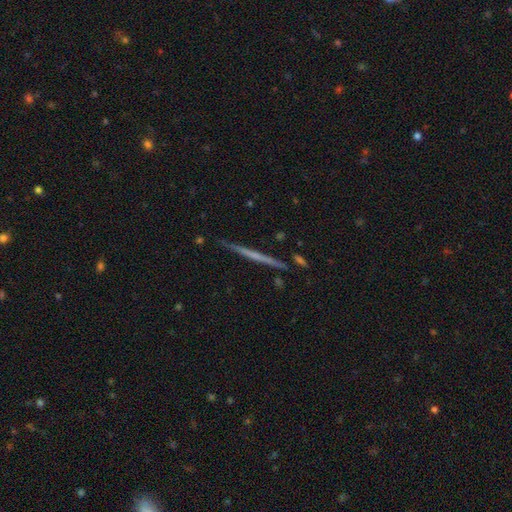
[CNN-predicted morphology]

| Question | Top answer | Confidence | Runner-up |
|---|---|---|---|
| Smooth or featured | featured or disk | 65% | smooth (29%) |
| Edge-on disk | yes | 98% | no (2%) |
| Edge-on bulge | none | 84% | rounded (11%) |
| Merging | none | 90% | minor disturbance (7%) |